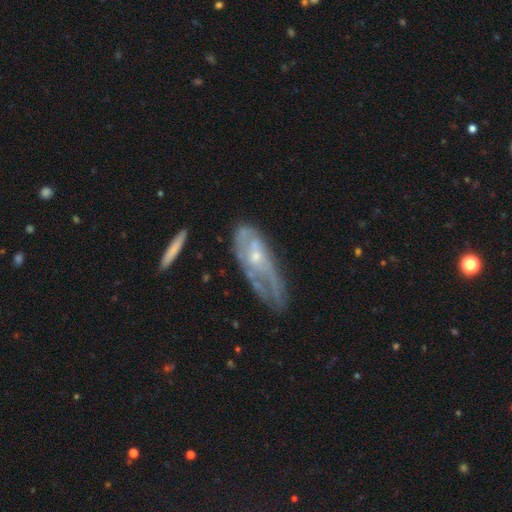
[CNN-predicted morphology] This is likely a featured or disk galaxy (67%). It is clearly not viewed edge-on (85%). Bar: likely no (74%). Spiral arm pattern: possibly yes (59%). Central bulge: possibly small (60%). Merging: marginally none (36%).